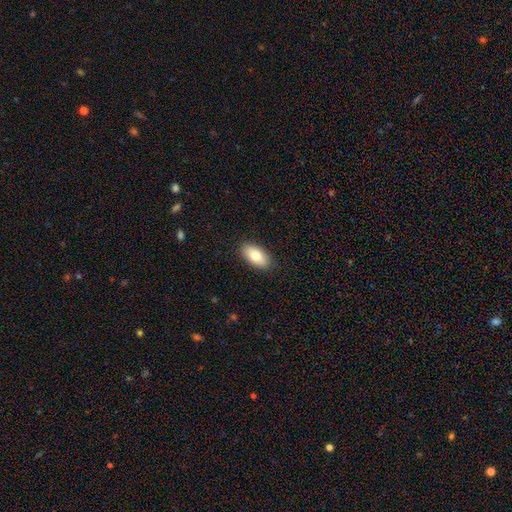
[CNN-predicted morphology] smooth 78%, featured or disk 15%, star or artifact 7%. Down the decision tree: how rounded — in between (92%); merging — none (88%).